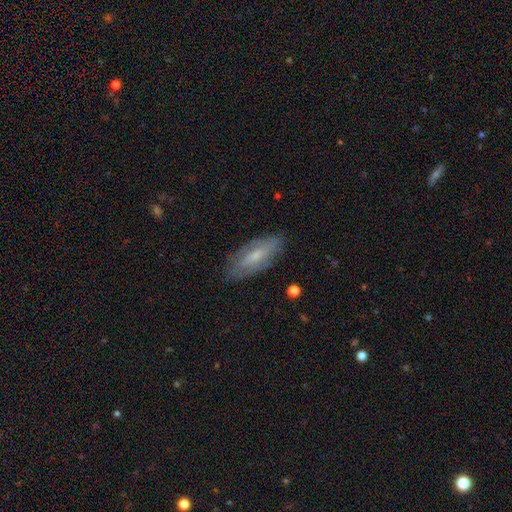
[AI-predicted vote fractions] Q: Smooth or featured?
A: featured or disk (48%); runner-up: smooth (45%)
Q: Merging?
A: none (78%); runner-up: minor disturbance (17%)